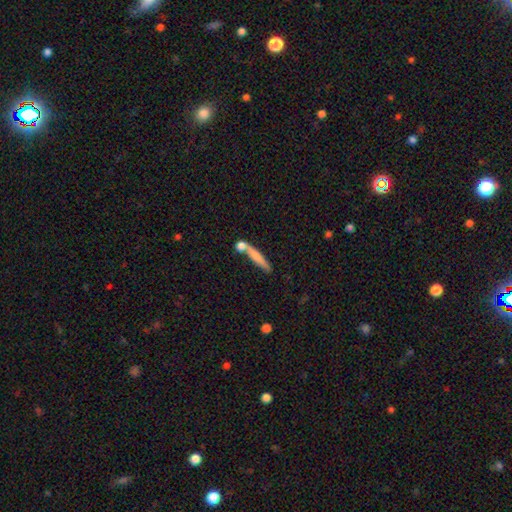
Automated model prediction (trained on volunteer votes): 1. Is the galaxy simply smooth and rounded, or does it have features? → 64% smooth, 29% featured or disk, 7% star or artifact.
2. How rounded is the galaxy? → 88% cigar-shaped, 8% in between, 3% round.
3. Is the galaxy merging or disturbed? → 58% none, 25% merger, 13% minor disturbance, 5% major disturbance.